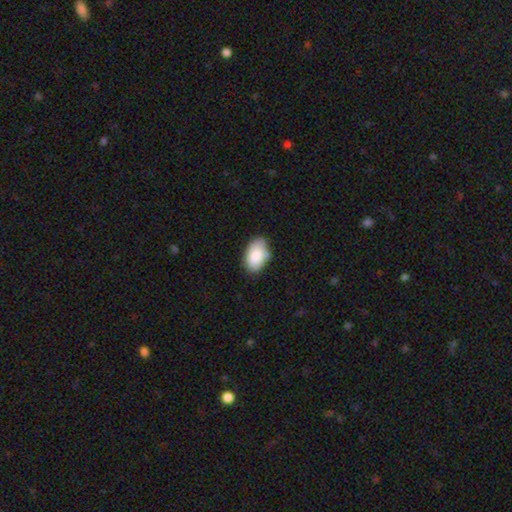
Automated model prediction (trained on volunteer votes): Q: Smooth or featured?
A: smooth (87%); runner-up: featured or disk (7%)
Q: How rounded?
A: in between (93%); runner-up: round (5%)
Q: Merging?
A: none (75%); runner-up: minor disturbance (19%)